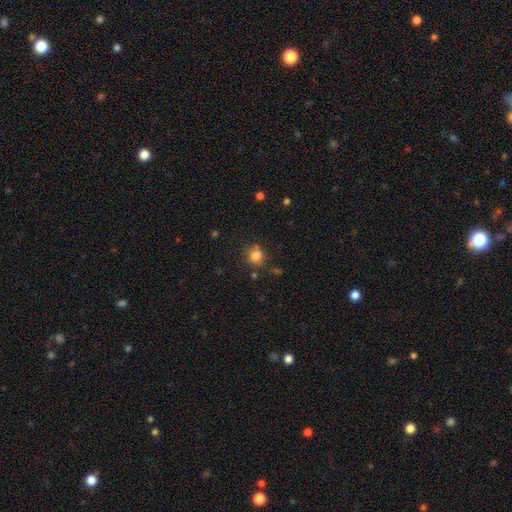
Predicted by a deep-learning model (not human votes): This is clearly a smooth galaxy (82%). How rounded: clearly round (82%). Merging: likely none (73%).